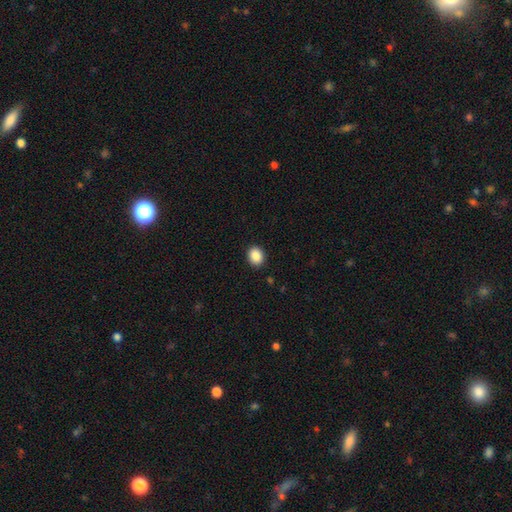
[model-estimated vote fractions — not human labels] Smooth or featured: smooth — 89% (star or artifact — 8%)
How rounded: round — 55% (in between — 44%)
Merging: none — 90% (minor disturbance — 7%)